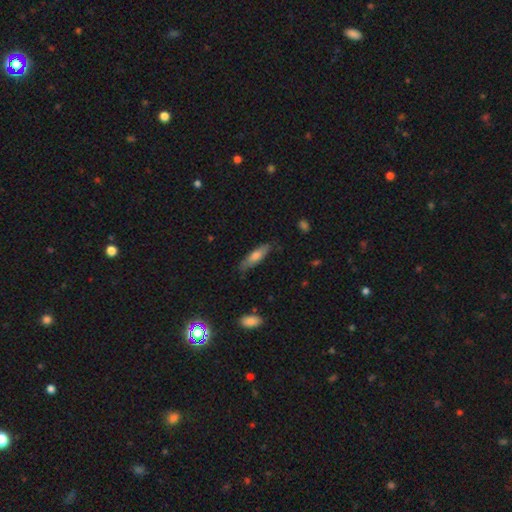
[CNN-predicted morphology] type=smooth (58%); roundness=cigar-shaped (67%); merging=none (78%).